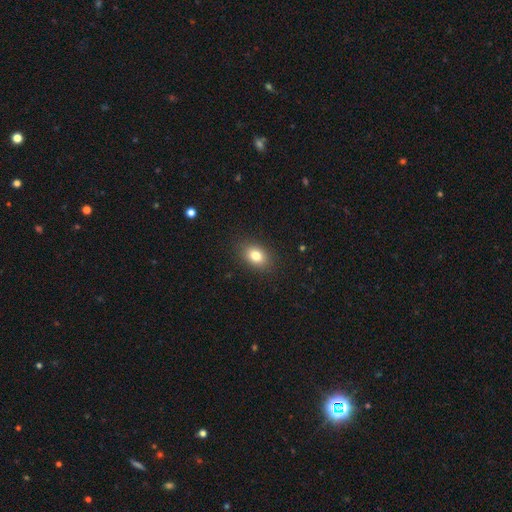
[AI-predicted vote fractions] A smooth galaxy with no disk features (82%) that is in between round and cigar-shaped (76%).

Vote fractions:
- Smooth or featured? smooth: 82% / star or artifact: 10% / featured or disk: 8%
- How rounded? in between: 76% / round: 22% / cigar-shaped: 1%
- Merging? none: 88% / minor disturbance: 9% / major disturbance: 3% / merger: 1%